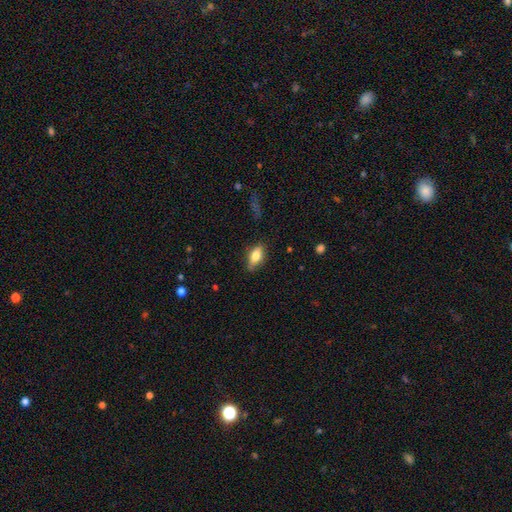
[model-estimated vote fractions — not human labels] Smooth or featured? smooth (73%)
How rounded? in between (83%)
Merging? none (76%)